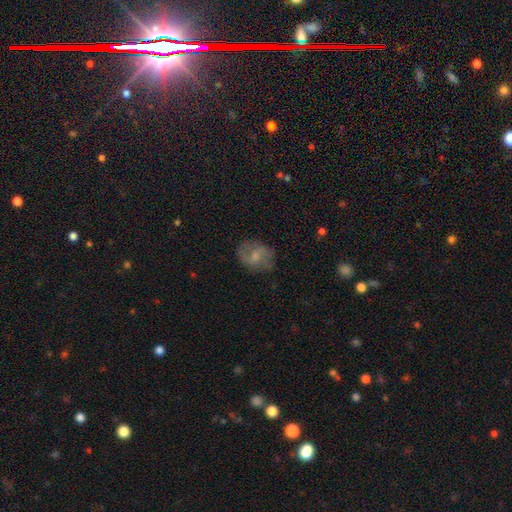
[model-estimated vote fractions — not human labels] smooth 46% (tied), featured or disk 46% (tied), star or artifact 8%. Down the decision tree: merging — none (72%).